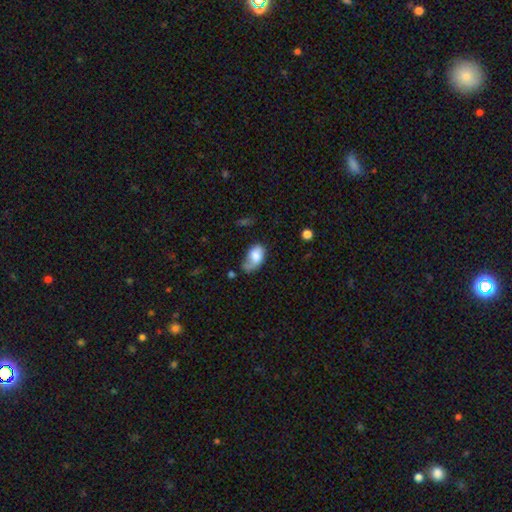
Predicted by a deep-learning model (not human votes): Smooth or featured? Predicted: smooth (p=0.66). How rounded? Predicted: in between (p=0.91). Merging? Predicted: none (p=0.33, tied with minor disturbance).